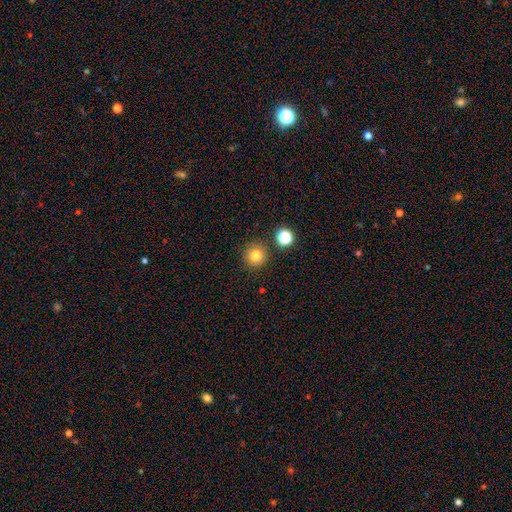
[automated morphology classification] Smooth or featured: smooth — 80% (star or artifact — 13%)
How rounded: round — 95% (in between — 4%)
Merging: none — 86% (minor disturbance — 7%)